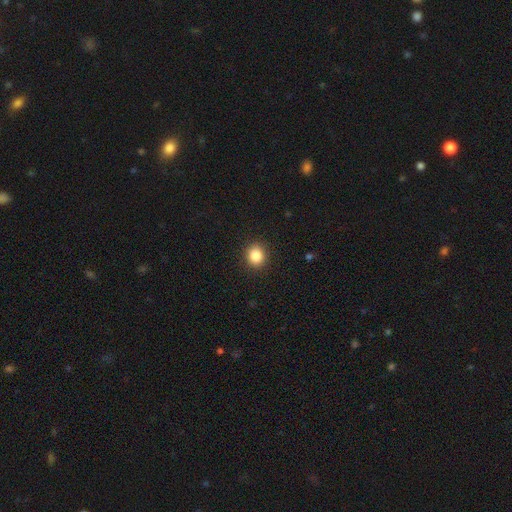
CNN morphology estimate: Q: Smooth or featured?
A: smooth (85%); runner-up: star or artifact (10%)
Q: How rounded?
A: round (78%); runner-up: in between (21%)
Q: Merging?
A: none (91%); runner-up: minor disturbance (6%)